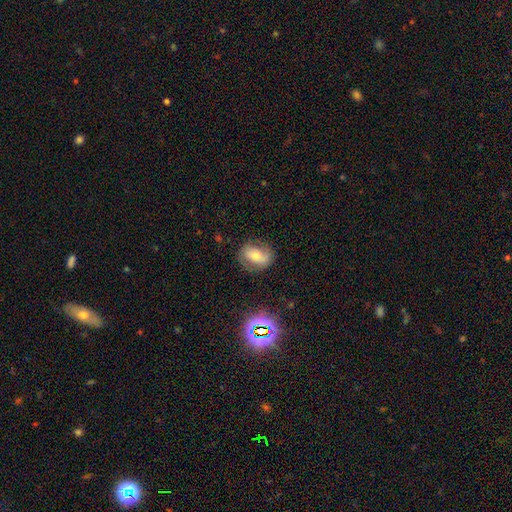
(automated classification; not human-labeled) A smooth galaxy with no disk features (46%). Merging: none (71%).